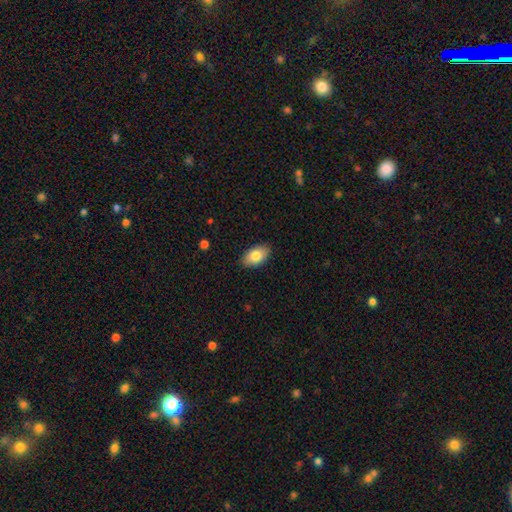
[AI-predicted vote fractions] The model was most divided on "smooth or featured": smooth: 82%, featured or disk: 11%, star or artifact: 7%. More confident: how rounded — in between (93%); merging — none (88%).